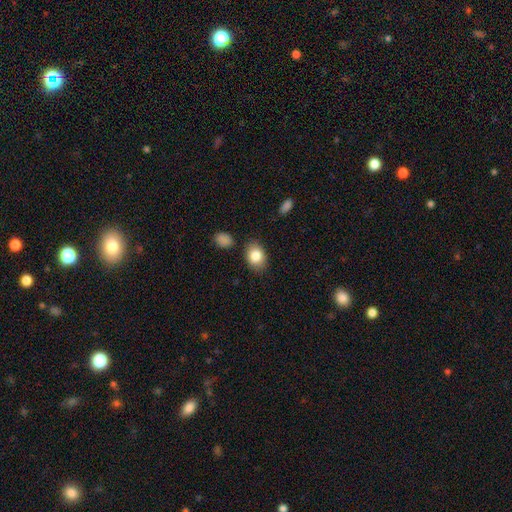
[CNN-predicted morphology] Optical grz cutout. It shows a smooth galaxy with no disk features (84%) that is in between round and cigar-shaped (74%). Merging: none (83%).